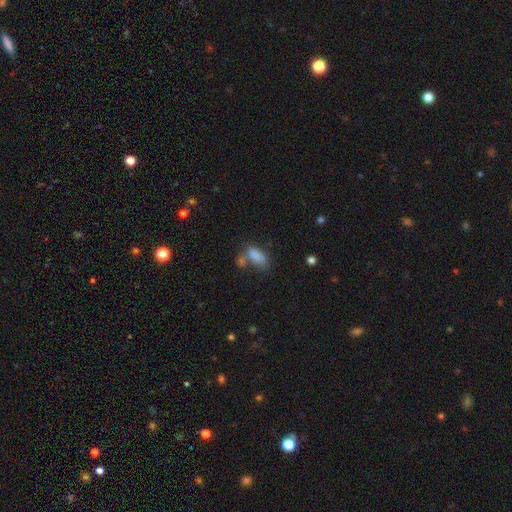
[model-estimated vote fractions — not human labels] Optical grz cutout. It shows a smooth galaxy with no disk features (81%) that is in between round and cigar-shaped (85%). Merging: none (38%).